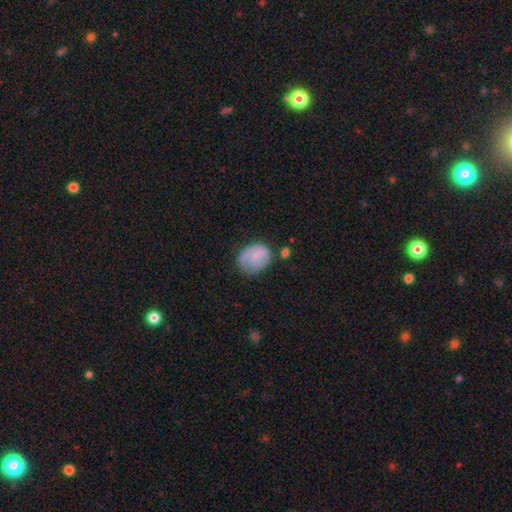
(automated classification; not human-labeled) smooth_or_featured: smooth (p=0.67) [alt: featured or disk p=0.25]
how_rounded: round (p=0.56) [alt: in between p=0.43]
merging: none (p=0.51) [alt: minor disturbance p=0.29]